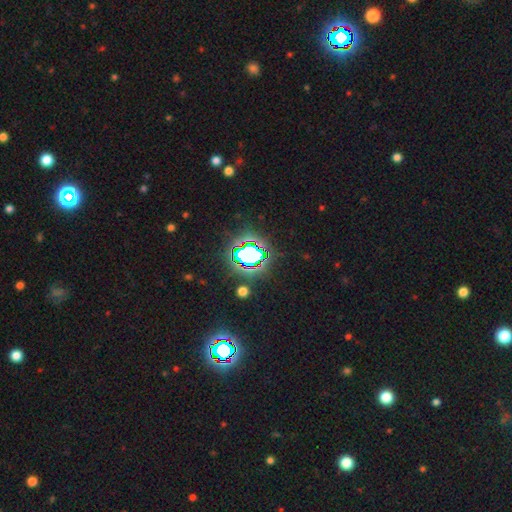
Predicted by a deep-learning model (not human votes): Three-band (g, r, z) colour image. It shows a star or artifact, not a galaxy (67%).